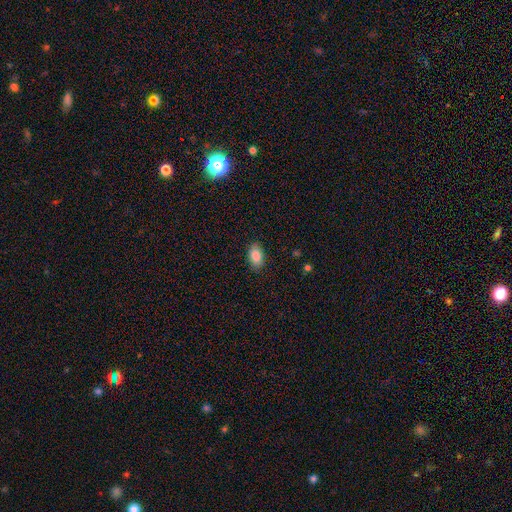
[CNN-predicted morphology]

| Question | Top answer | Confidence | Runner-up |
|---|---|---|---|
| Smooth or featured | smooth | 87% | star or artifact (7%) |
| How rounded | in between | 92% | round (6%) |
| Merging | none | 87% | minor disturbance (9%) |